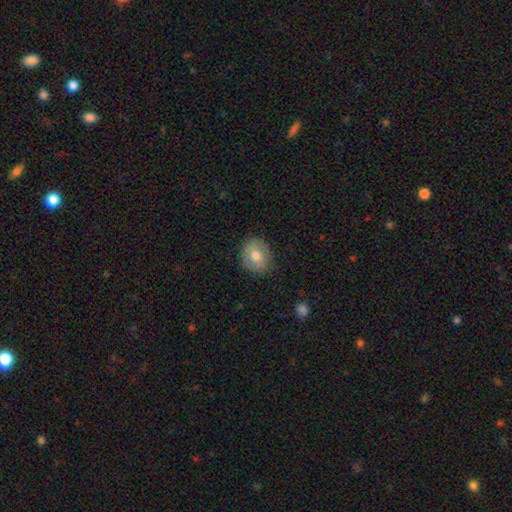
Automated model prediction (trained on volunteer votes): Morphology: type=smooth (73%); roundness=round (59%); merging=none (83%).